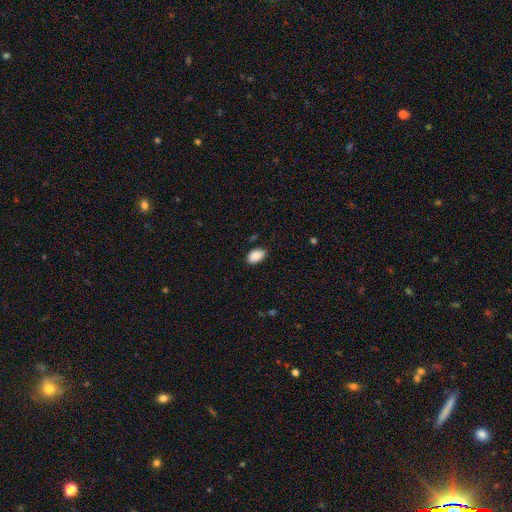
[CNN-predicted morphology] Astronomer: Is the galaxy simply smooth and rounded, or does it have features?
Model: smooth — 90%.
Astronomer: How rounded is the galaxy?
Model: in between — 92%.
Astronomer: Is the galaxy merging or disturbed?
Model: none — 83%.